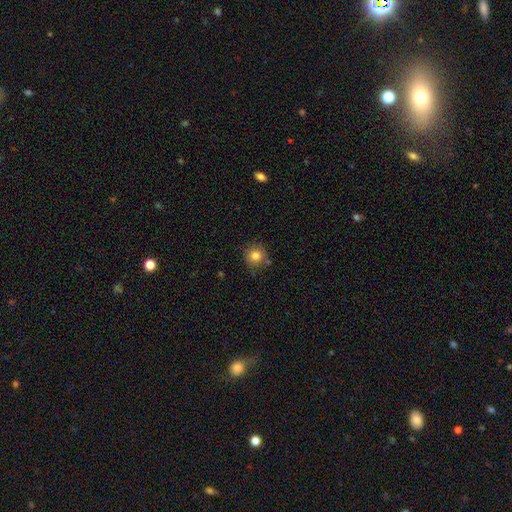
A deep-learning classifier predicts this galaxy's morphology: smooth-or-featured: smooth: 81% | star or artifact: 11% | featured or disk: 8%
  how-rounded: round: 93% | in between: 6% | cigar-shaped: 1%
  merging: none: 81% | minor disturbance: 11% | merger: 5% | major disturbance: 3%